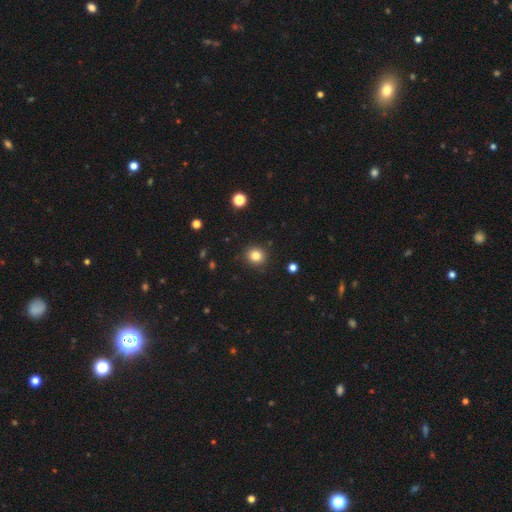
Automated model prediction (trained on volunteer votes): Smooth or featured?
  - smooth: 83% *
  - star or artifact: 12%
  - featured or disk: 5%
How rounded?
  - round: 87% *
  - in between: 12%
  - cigar-shaped: 1%
Merging?
  - none: 90% *
  - minor disturbance: 6%
  - major disturbance: 2%
  - merger: 1%